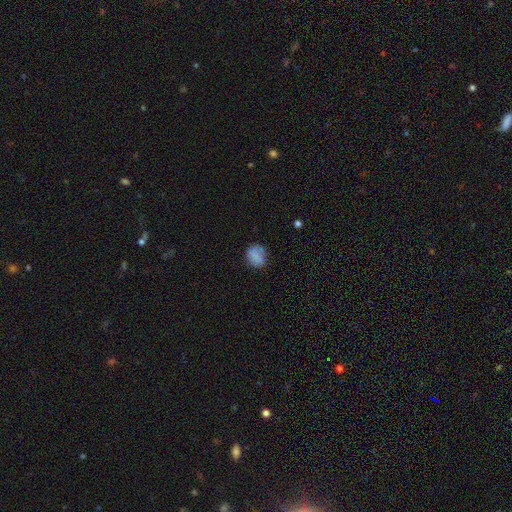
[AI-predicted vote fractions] This appears to be a smooth galaxy with no disk features (80%) that is round (68%). Merging: none (72%).